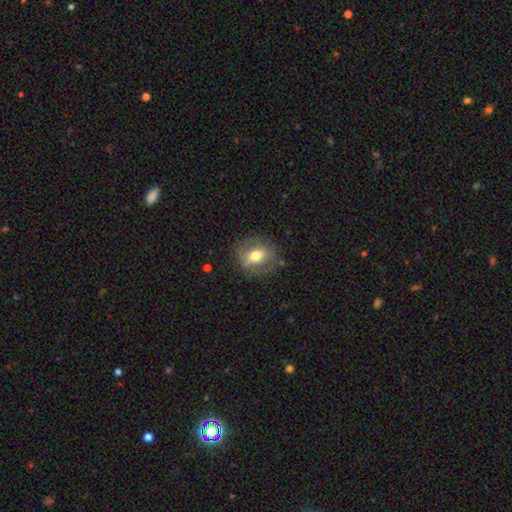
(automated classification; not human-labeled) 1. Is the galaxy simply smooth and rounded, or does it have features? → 51% smooth, 41% featured or disk, 8% star or artifact.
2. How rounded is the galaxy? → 62% round, 36% in between, 2% cigar-shaped.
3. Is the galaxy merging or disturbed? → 76% none, 16% minor disturbance, 7% major disturbance, 2% merger.